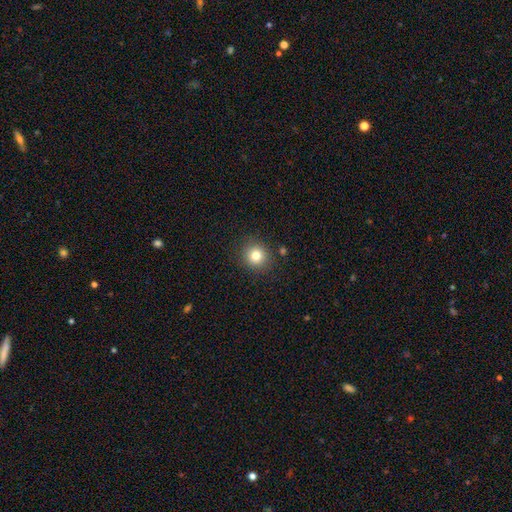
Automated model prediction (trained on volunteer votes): Morphology: type=smooth (80%); roundness=round (91%); merging=none (87%).